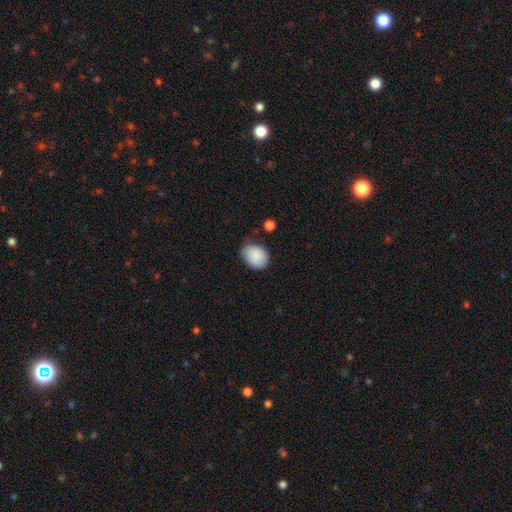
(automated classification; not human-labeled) Smooth or featured?
  - smooth: 87% *
  - star or artifact: 7%
  - featured or disk: 6%
How rounded?
  - in between: 66% *
  - round: 33%
  - cigar-shaped: 1%
Merging?
  - none: 63% *
  - minor disturbance: 29%
  - major disturbance: 5%
  - merger: 3%